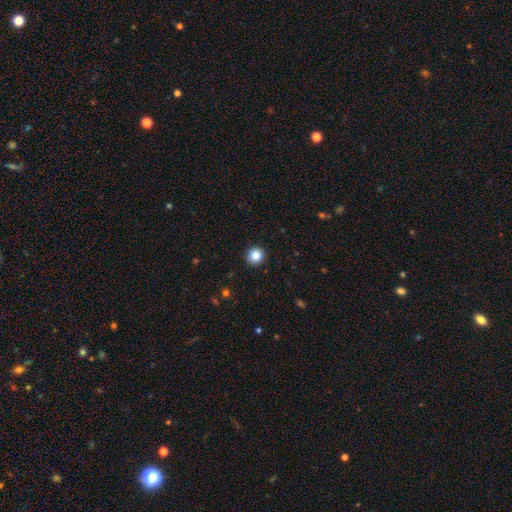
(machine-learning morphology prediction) type=smooth (84%); roundness=round (94%); merging=none (93%).